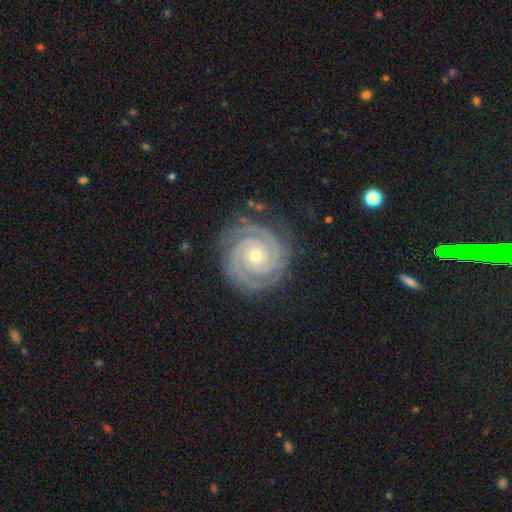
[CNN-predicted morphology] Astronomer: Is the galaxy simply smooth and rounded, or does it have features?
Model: featured or disk — 93%.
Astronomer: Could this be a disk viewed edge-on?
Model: no — 98%.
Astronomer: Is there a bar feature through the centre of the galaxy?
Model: no — 75%.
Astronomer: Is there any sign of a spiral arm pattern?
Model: yes — 99%.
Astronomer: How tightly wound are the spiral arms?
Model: tight — 87%.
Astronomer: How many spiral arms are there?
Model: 2 — 78%.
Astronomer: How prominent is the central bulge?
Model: small — 58% (runner-up: moderate, 39%).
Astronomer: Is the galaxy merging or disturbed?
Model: none — 85%.